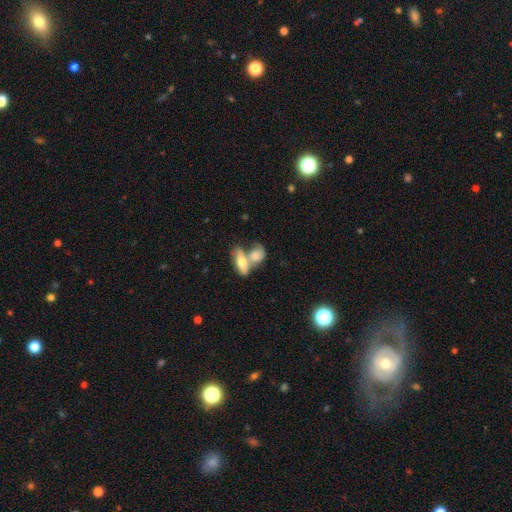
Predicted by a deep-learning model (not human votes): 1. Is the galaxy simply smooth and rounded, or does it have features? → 67% smooth, 26% featured or disk, 8% star or artifact.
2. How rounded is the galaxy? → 73% in between, 17% round, 10% cigar-shaped.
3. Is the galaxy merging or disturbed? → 64% merger, 23% none, 8% minor disturbance, 5% major disturbance.